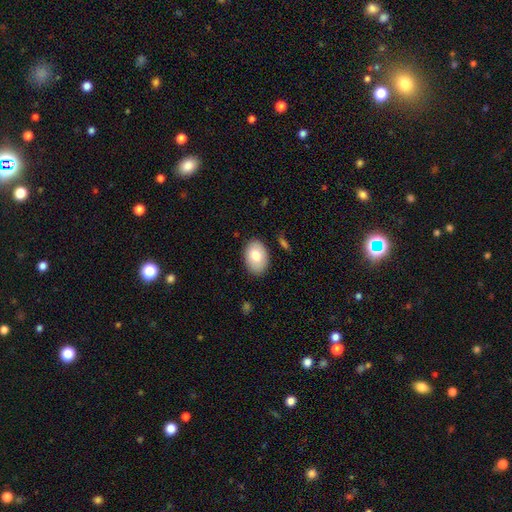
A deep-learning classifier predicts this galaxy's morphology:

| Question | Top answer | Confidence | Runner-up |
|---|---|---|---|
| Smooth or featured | smooth | 78% | featured or disk (15%) |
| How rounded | in between | 84% | round (15%) |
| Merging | none | 86% | minor disturbance (10%) |